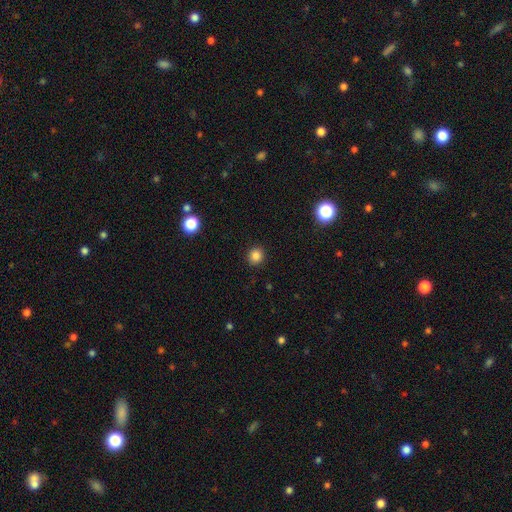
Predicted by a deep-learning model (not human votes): smooth_or_featured: smooth (p=0.84) [alt: star or artifact p=0.12]
how_rounded: round (p=0.90) [alt: in between p=0.09]
merging: none (p=0.92) [alt: minor disturbance p=0.06]